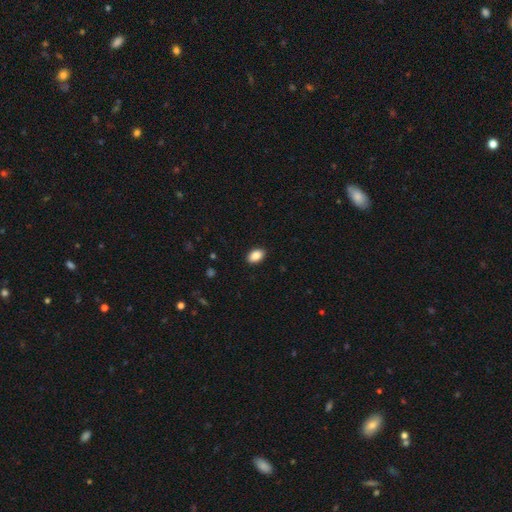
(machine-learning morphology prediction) Smooth or featured: smooth — 88% (star or artifact — 8%)
How rounded: in between — 89% (round — 9%)
Merging: none — 90% (minor disturbance — 8%)